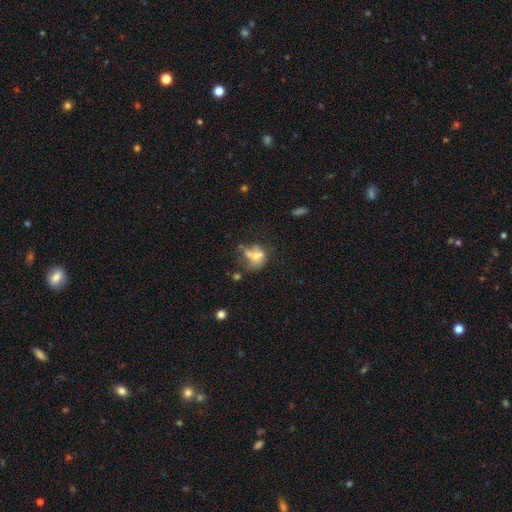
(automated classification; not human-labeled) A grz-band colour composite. It shows a smooth galaxy with no disk features (51%) that is round (52%). Merging: merger (33%).